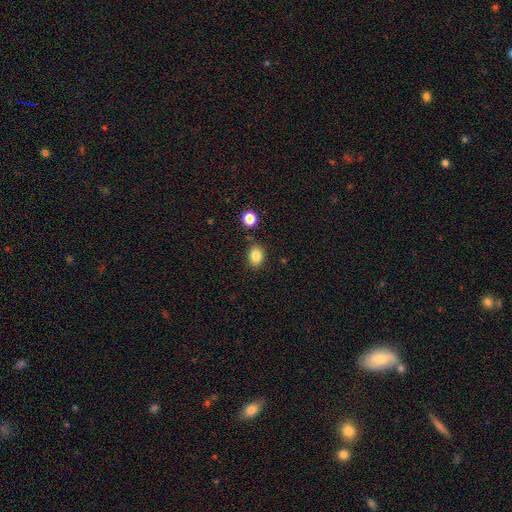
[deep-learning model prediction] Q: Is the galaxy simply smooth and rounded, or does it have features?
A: smooth — 83%.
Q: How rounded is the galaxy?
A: in between — 59%.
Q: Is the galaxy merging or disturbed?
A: none — 82%.